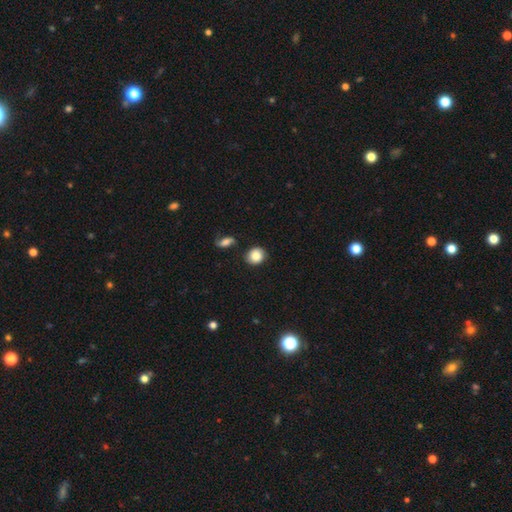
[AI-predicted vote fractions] The model was most divided on "how rounded": round: 79%, in between: 20%, cigar-shaped: 1%. More confident: smooth or featured — smooth (82%); merging — none (79%).